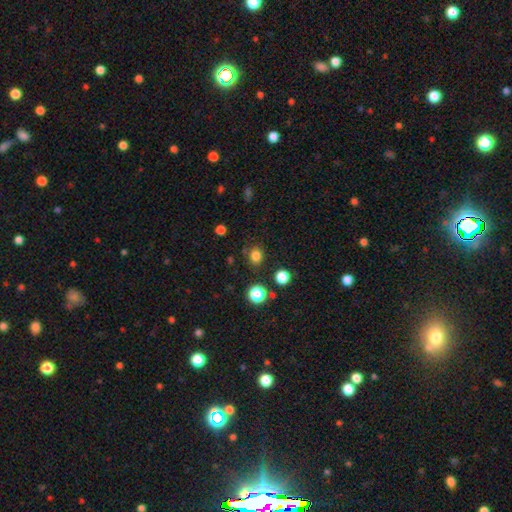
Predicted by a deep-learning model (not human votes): Overall: smooth (80%). How rounded: round (69%; in between 30%). Merging: none (80%).